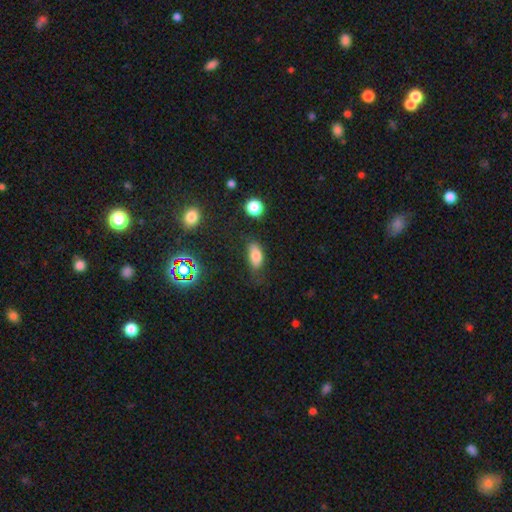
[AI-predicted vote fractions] smooth-or-featured: smooth: 77% | featured or disk: 12% | star or artifact: 11%
  how-rounded: in between: 87% | cigar-shaped: 8% | round: 5%
  merging: none: 67% | minor disturbance: 23% | major disturbance: 7% | merger: 3%